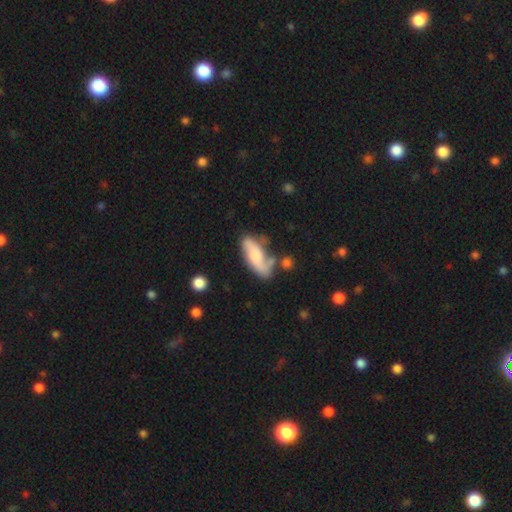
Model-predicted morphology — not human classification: A smooth galaxy with no disk features (48%). Merging: none (46%).